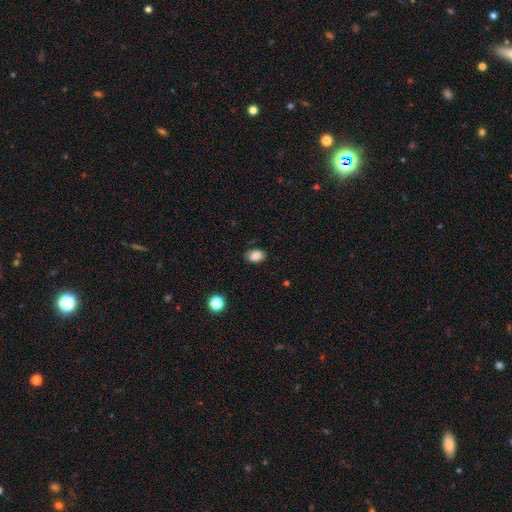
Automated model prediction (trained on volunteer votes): Smooth or featured? Predicted: smooth (p=0.85). How rounded? Predicted: in between (p=0.84). Merging? Predicted: none (p=0.78).